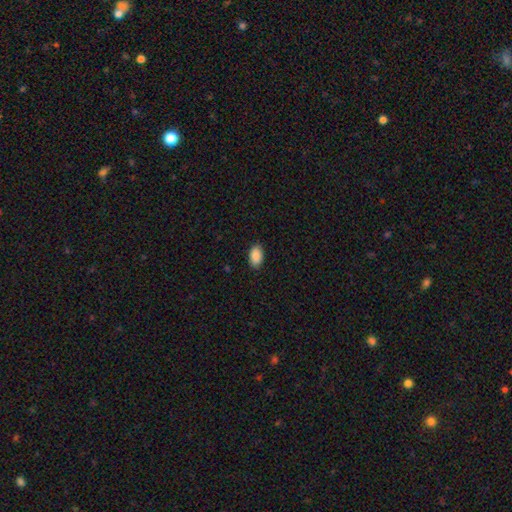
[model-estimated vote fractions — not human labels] Overall: smooth (90%). How rounded: in between (93%). Merging: none (88%).